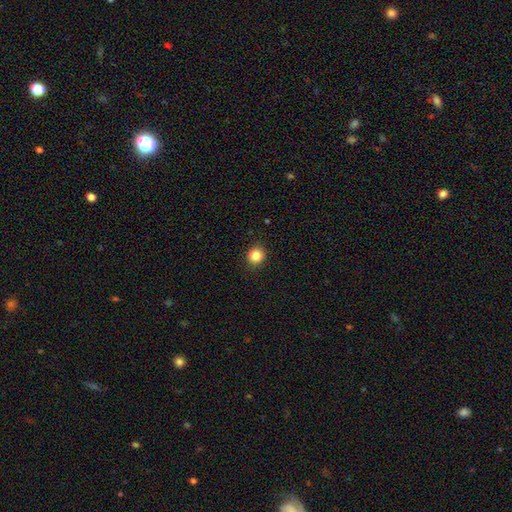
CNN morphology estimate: smooth_or_featured: smooth (p=0.85) [alt: star or artifact p=0.11]
how_rounded: round (p=0.86) [alt: in between p=0.13]
merging: none (p=0.90) [alt: minor disturbance p=0.07]